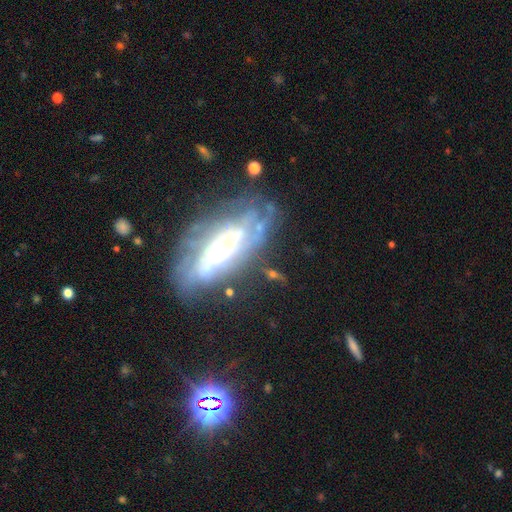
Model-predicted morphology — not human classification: smooth-or-featured: featured or disk: 72% | smooth: 17% | star or artifact: 11%
  disk-edge-on: no: 80% | yes: 20%
    bar: no: 50% | weak: 30% | strong: 19%
    has-spiral-arms: yes: 73% | no: 27%
    bulge-size: moderate: 45% | small: 26% | large: 20% | none: 6% | dominant: 3%
  merging: none: 68% | minor disturbance: 19% | major disturbance: 10% | merger: 3%